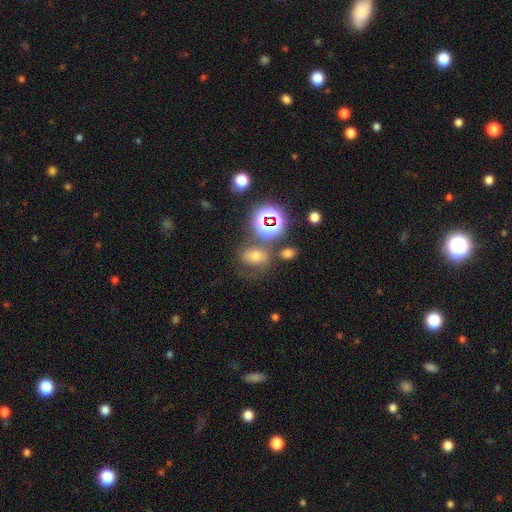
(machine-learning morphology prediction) smooth_or_featured: smooth (p=0.49) [alt: star or artifact p=0.31]
merging: none (p=0.52) [alt: minor disturbance p=0.18]